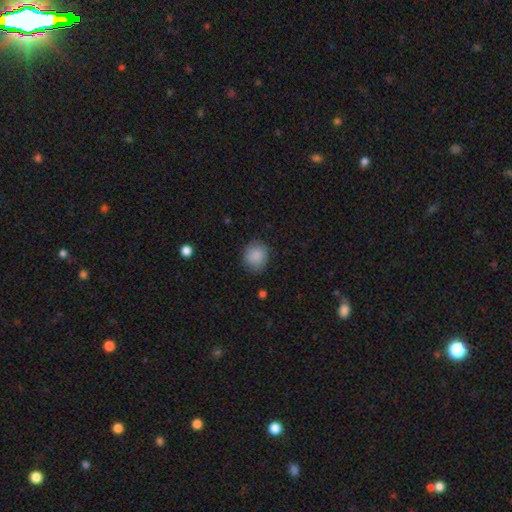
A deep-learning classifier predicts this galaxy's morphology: Q: Smooth or featured?
A: smooth (88%); runner-up: star or artifact (8%)
Q: How rounded?
A: round (78%); runner-up: in between (21%)
Q: Merging?
A: none (82%); runner-up: minor disturbance (14%)